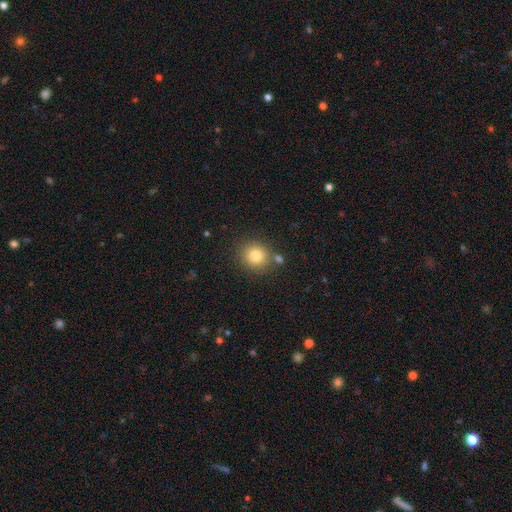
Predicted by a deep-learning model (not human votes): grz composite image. It shows a smooth galaxy with no disk features (80%) that is round (86%). Merging: none (79%).